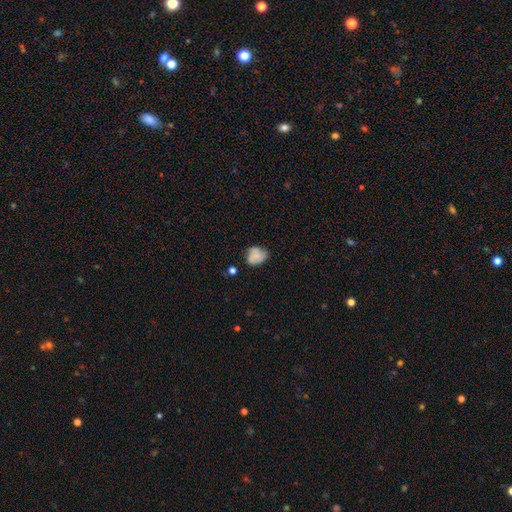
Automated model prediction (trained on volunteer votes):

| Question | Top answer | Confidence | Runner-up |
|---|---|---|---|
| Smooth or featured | smooth | 67% | featured or disk (22%) |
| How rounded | round | 51% | in between (48%) |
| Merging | none | 54% | minor disturbance (31%) |